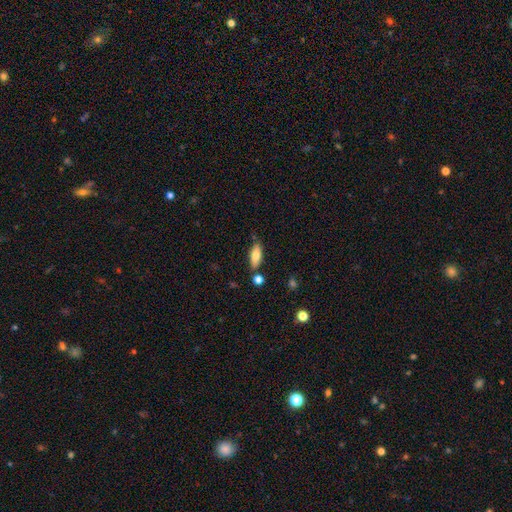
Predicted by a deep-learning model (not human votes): Morphology: type=smooth (78%); roundness=in between (73%); merging=none (75%).